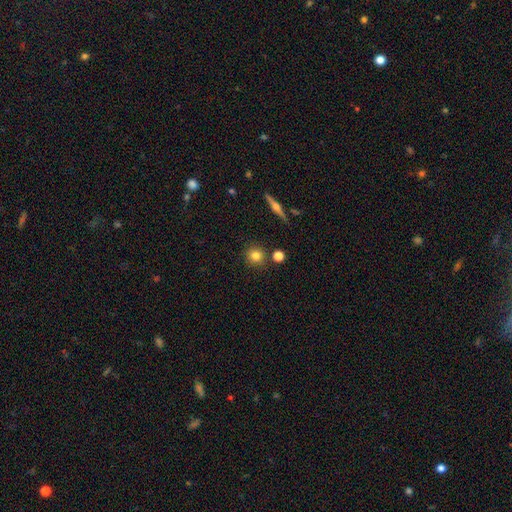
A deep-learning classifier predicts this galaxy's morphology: A smooth galaxy with no disk features (78%) that is round (91%).

Vote fractions:
- Smooth or featured? smooth: 78% / featured or disk: 12% / star or artifact: 11%
- How rounded? round: 91% / in between: 7% / cigar-shaped: 2%
- Merging? none: 84% / minor disturbance: 7% / merger: 6% / major disturbance: 2%